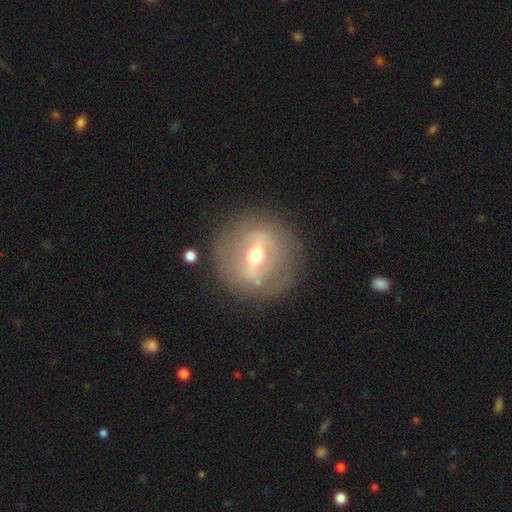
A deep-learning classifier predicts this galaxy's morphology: Overall: featured or disk (73%). Edge-on disk: no (74%). Bar: strong (66%). Spiral arms: no (76%). Bulge size: moderate (70%). Merging: none (84%).